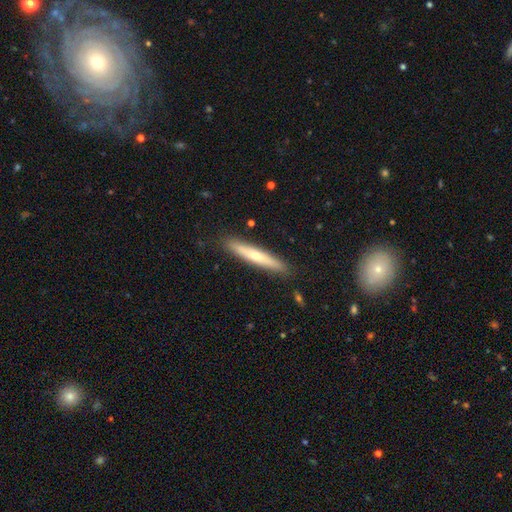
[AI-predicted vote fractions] Smooth or featured? Predicted: smooth (p=0.50). Merging? Predicted: none (p=0.89).